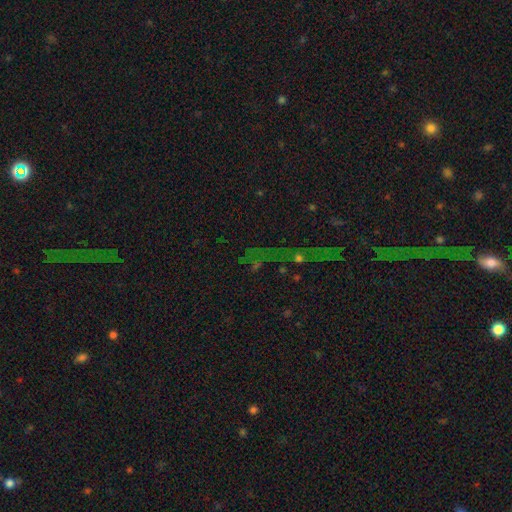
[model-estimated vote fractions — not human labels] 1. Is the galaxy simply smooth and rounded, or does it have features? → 68% star or artifact, 18% smooth, 13% featured or disk.